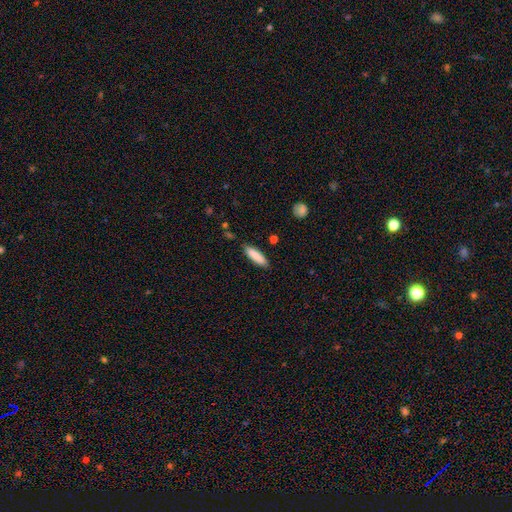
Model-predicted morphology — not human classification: Smooth or featured?
  - smooth: 86% *
  - featured or disk: 8%
  - star or artifact: 6%
How rounded?
  - cigar-shaped: 67% *
  - in between: 32%
  - round: 1%
Merging?
  - none: 86% *
  - minor disturbance: 10%
  - major disturbance: 2%
  - merger: 2%